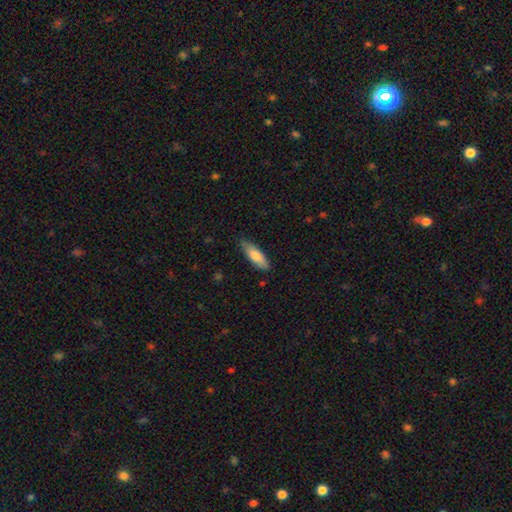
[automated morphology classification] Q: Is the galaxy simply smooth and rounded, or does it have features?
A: smooth — 78%.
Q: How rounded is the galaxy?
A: in between — 52%.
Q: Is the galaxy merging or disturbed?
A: none — 78%.